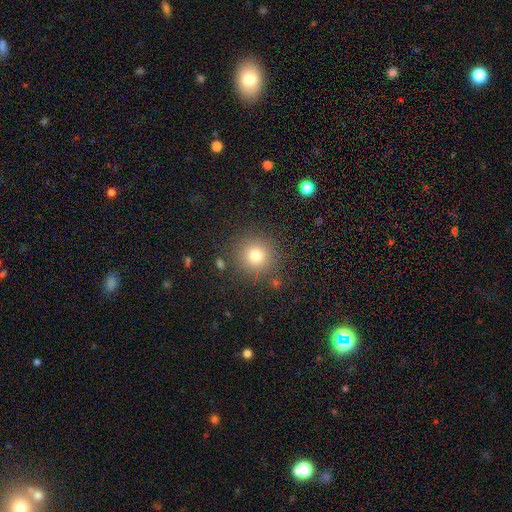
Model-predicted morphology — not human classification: A smooth galaxy with no disk features (78%) that is round (94%). Merging: none (86%).